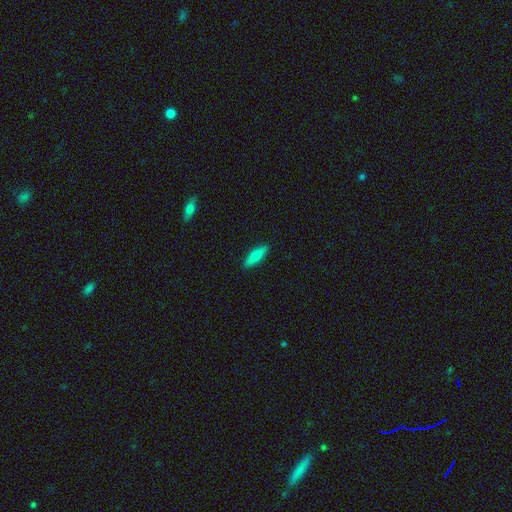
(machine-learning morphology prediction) This is likely a smooth galaxy (77%). How rounded: possibly cigar-shaped (58%). Merging: clearly none (90%).